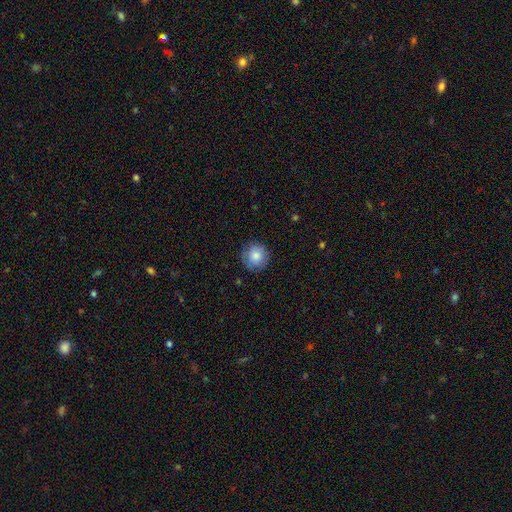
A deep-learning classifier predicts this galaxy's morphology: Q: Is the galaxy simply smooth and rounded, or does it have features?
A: smooth — 81%.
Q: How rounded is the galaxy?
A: round — 94%.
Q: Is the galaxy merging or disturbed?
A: none — 84%.